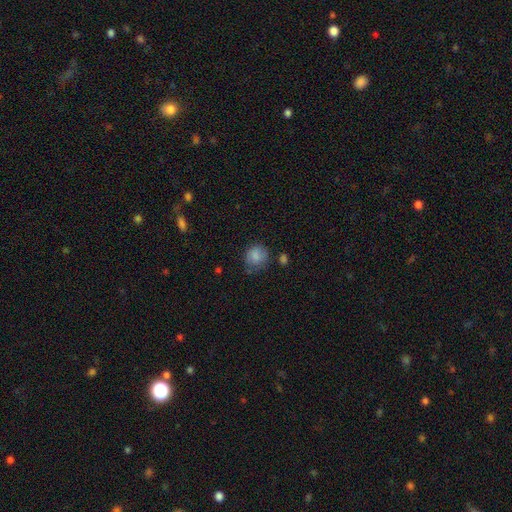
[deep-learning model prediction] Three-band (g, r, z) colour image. It shows a smooth galaxy with no disk features (82%) that is round (75%). Merging: none (61%).